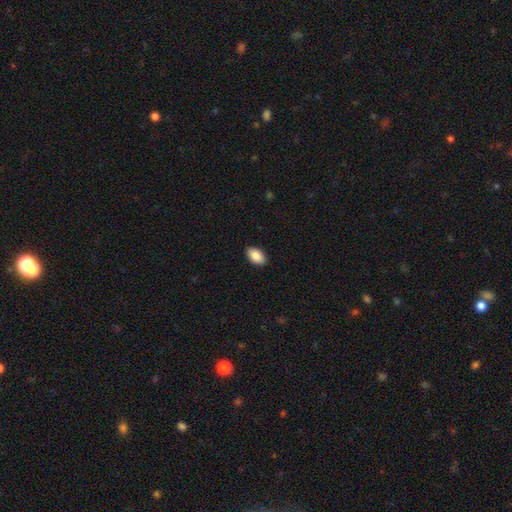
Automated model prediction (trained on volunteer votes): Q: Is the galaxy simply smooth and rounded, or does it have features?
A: smooth — 88%.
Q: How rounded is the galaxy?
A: in between — 92%.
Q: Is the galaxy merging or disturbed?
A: none — 89%.